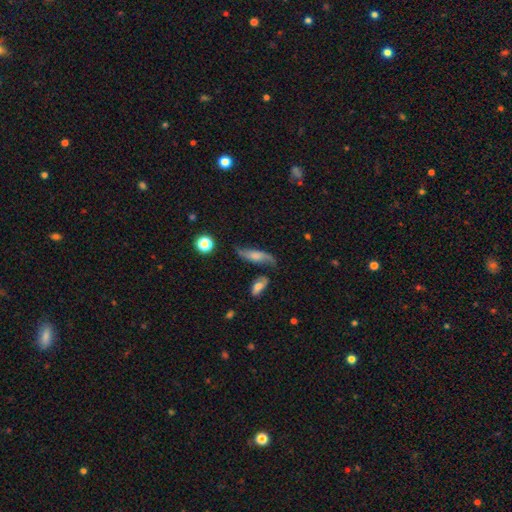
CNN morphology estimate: This appears to be a featured or disk galaxy (61%). Merging: none (60%).